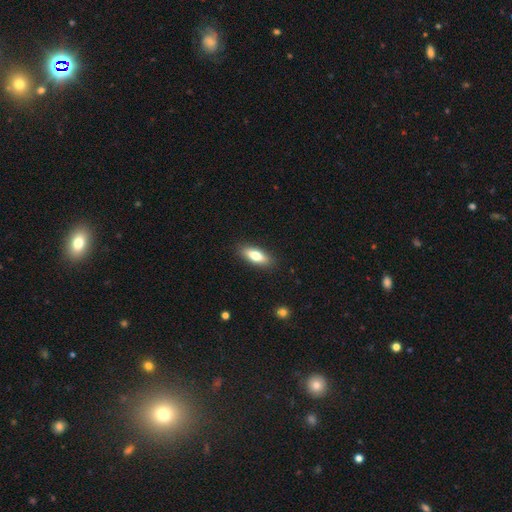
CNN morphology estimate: smooth 70%, featured or disk 23%, star or artifact 7%. Down the decision tree: how rounded — in between (67%); merging — none (88%).